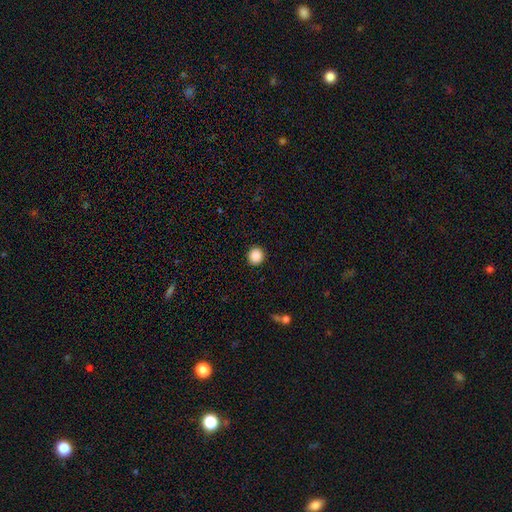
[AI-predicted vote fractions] This is clearly a smooth galaxy (88%). How rounded: clearly round (91%). Merging: clearly none (92%).